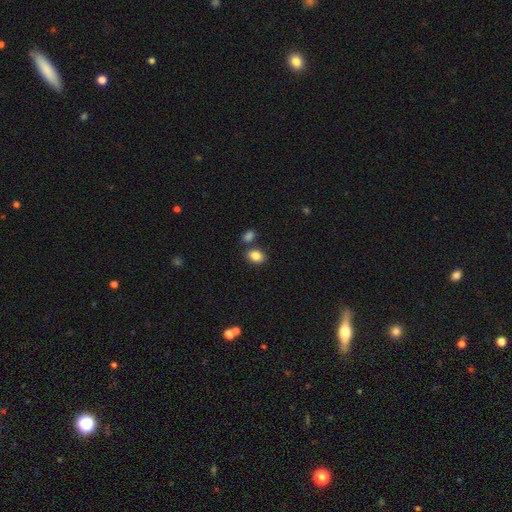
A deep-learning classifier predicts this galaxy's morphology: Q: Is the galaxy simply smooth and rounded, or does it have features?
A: smooth — 85%.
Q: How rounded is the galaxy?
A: in between — 75%.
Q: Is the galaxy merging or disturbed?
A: none — 72%.